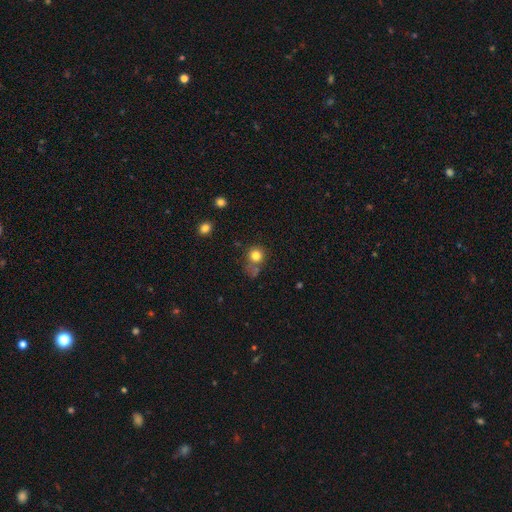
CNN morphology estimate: Smooth or featured: smooth — 80% (star or artifact — 12%)
How rounded: round — 85% (in between — 14%)
Merging: none — 57% (minor disturbance — 18%)